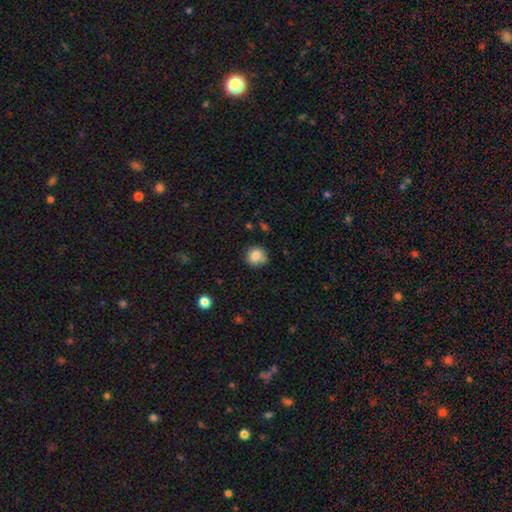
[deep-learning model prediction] Q: Smooth or featured?
A: smooth (83%); runner-up: star or artifact (10%)
Q: How rounded?
A: round (87%); runner-up: in between (12%)
Q: Merging?
A: none (75%); runner-up: minor disturbance (14%)